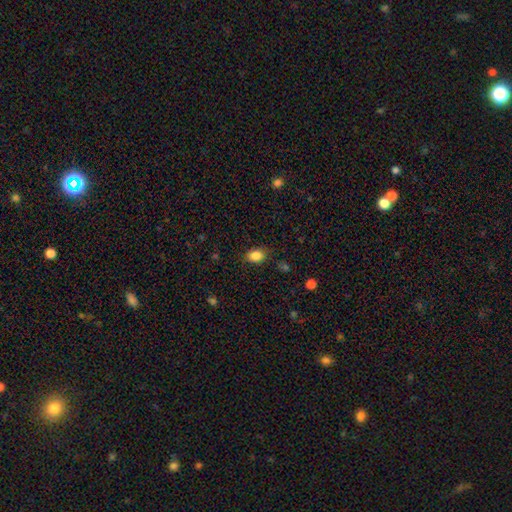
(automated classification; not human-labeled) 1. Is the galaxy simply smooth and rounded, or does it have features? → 86% smooth, 10% star or artifact, 4% featured or disk.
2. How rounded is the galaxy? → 72% in between, 27% round, 1% cigar-shaped.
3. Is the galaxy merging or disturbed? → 82% none, 14% minor disturbance, 3% major disturbance, 1% merger.